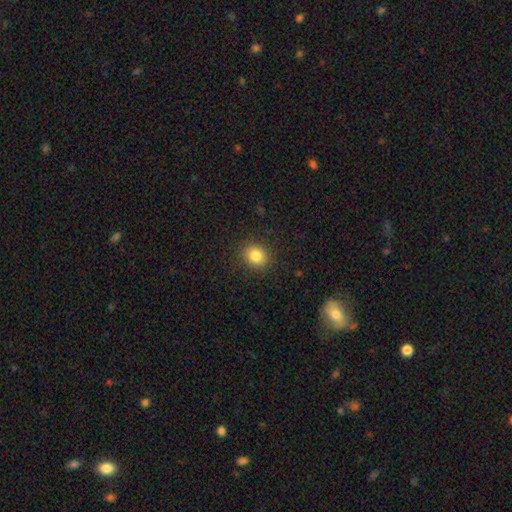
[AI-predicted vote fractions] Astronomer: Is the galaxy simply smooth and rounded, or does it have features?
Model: smooth — 83%.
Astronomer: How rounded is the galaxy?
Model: round — 78%.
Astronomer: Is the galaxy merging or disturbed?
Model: none — 89%.